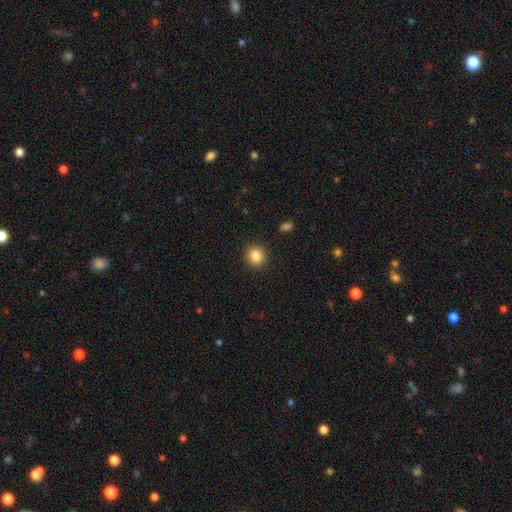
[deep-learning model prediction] smooth 85%, star or artifact 10%, featured or disk 5%. Down the decision tree: how rounded — round (91%); merging — none (91%).